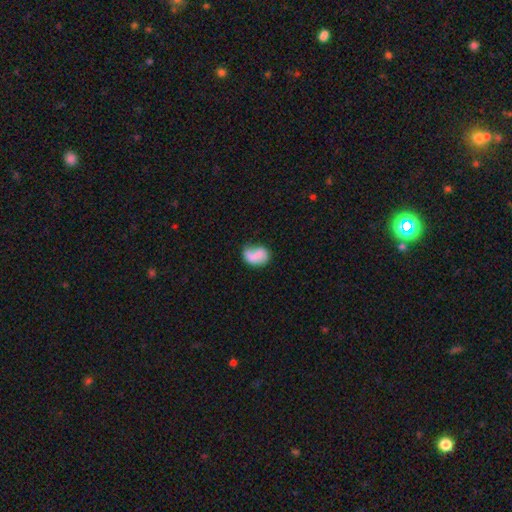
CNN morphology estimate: Smooth or featured: smooth — 58% (featured or disk — 33%)
How rounded: in between — 72% (round — 26%)
Merging: none — 40% (minor disturbance — 31%)